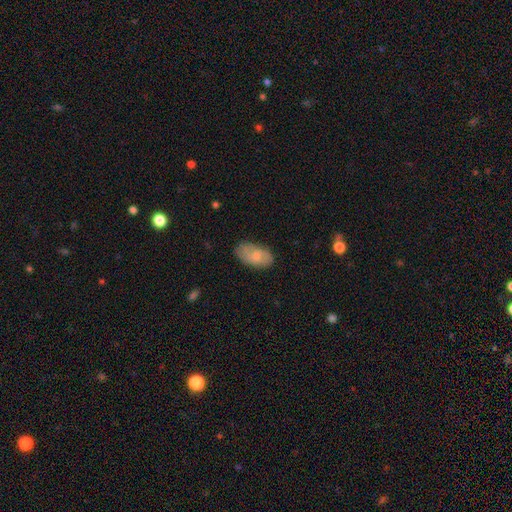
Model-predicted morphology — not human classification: Smooth or featured?
  - smooth: 68% *
  - featured or disk: 26%
  - star or artifact: 6%
How rounded?
  - in between: 94% *
  - round: 4%
  - cigar-shaped: 2%
Merging?
  - none: 75% *
  - minor disturbance: 19%
  - major disturbance: 4%
  - merger: 1%